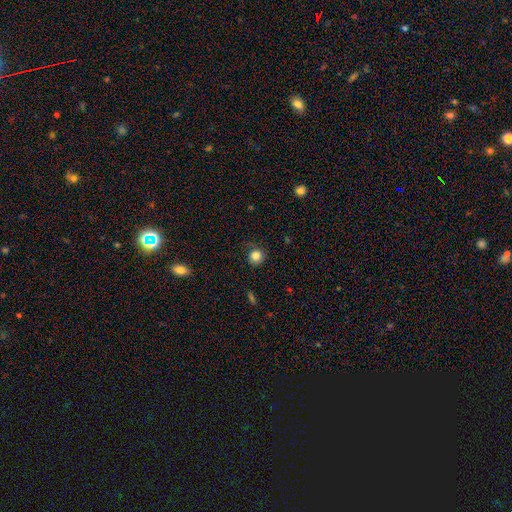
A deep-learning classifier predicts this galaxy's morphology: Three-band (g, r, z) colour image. It shows a smooth galaxy with no disk features (83%) that is round (89%). Merging: none (76%).